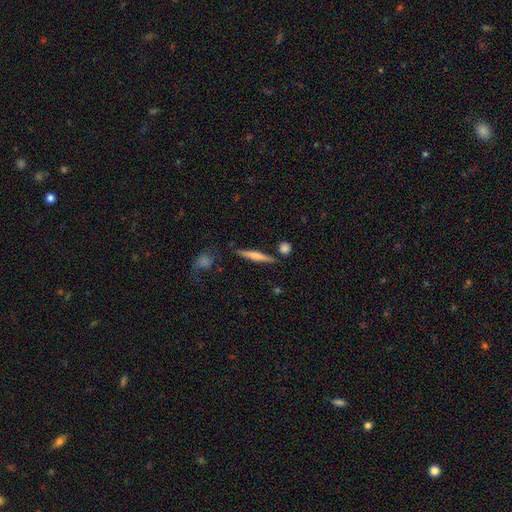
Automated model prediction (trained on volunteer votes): Overall: smooth (54%; featured or disk 39%). How rounded: cigar-shaped (90%). Merging: none (82%).